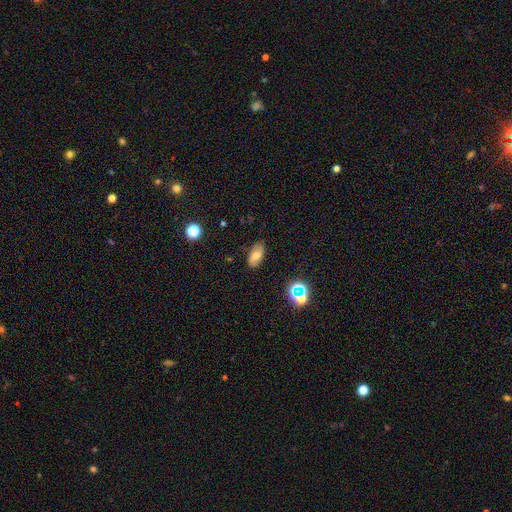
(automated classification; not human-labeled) This is likely a smooth galaxy (66%). How rounded: clearly in between (91%). Merging: clearly none (82%).